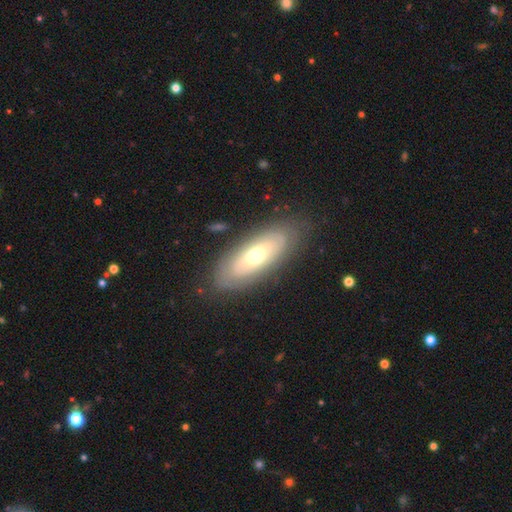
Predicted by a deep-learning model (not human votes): Smooth or featured? featured or disk (49%)
Merging? none (82%)